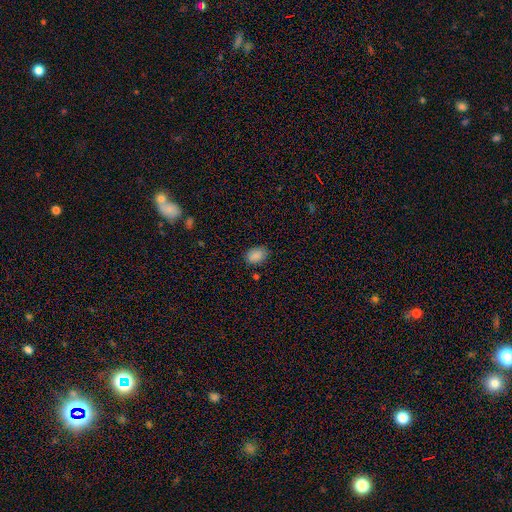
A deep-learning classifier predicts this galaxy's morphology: Smooth or featured: smooth — 87% (star or artifact — 9%)
How rounded: in between — 81% (round — 17%)
Merging: none — 79% (minor disturbance — 16%)